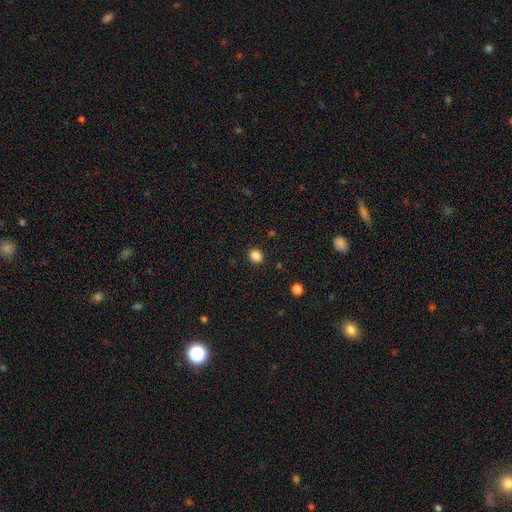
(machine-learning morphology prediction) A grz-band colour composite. It shows a smooth galaxy with no disk features (86%) that is round (64%). Merging: none (90%).